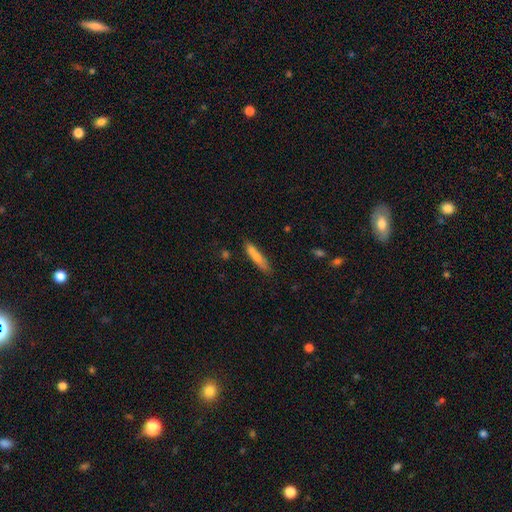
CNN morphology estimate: Smooth or featured? Predicted: smooth (p=0.73). How rounded? Predicted: cigar-shaped (p=0.85). Merging? Predicted: none (p=0.75).